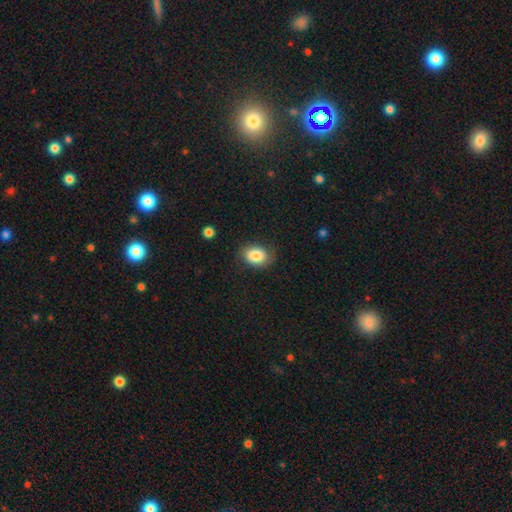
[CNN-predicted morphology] Smooth or featured: smooth — 80% (featured or disk — 13%)
How rounded: in between — 70% (round — 29%)
Merging: none — 72% (minor disturbance — 19%)